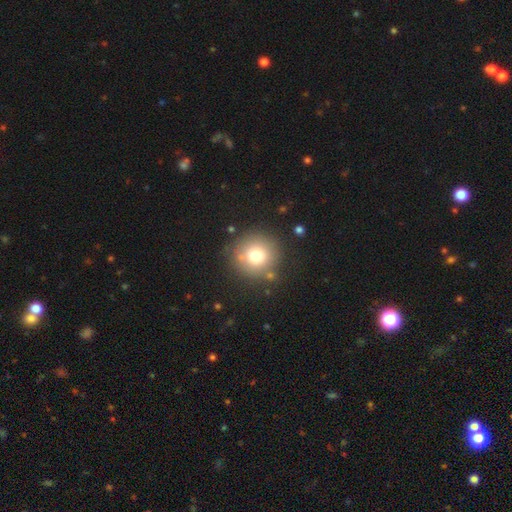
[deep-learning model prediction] This appears to be a smooth galaxy with no disk features (74%) that is round (94%). Merging: none (83%).